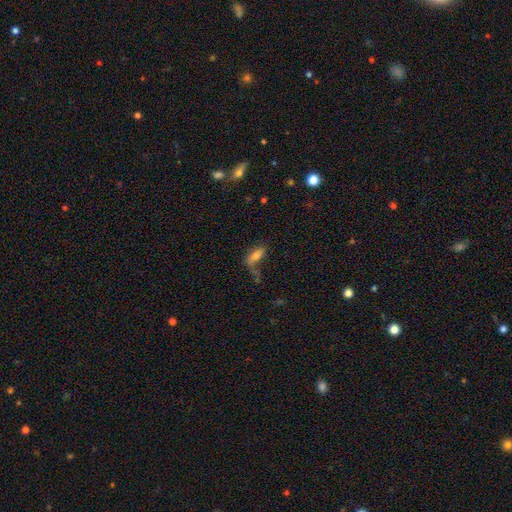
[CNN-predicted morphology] Smooth or featured: smooth — 62% (featured or disk — 27%)
How rounded: in between — 69% (cigar-shaped — 26%)
Merging: none — 35% (major disturbance — 29%)